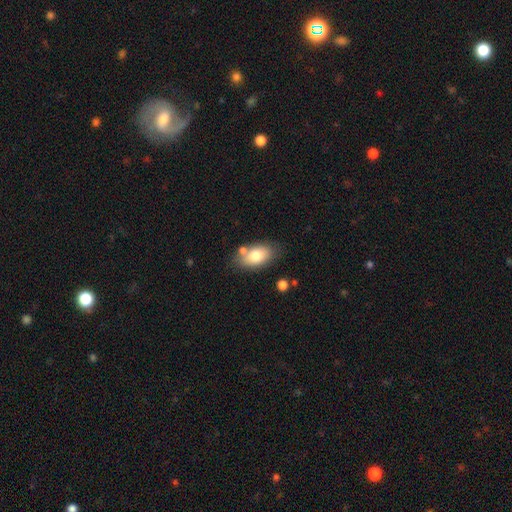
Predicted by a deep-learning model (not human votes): A smooth galaxy with no disk features (76%) that is in between round and cigar-shaped (89%). Merging: none (70%).